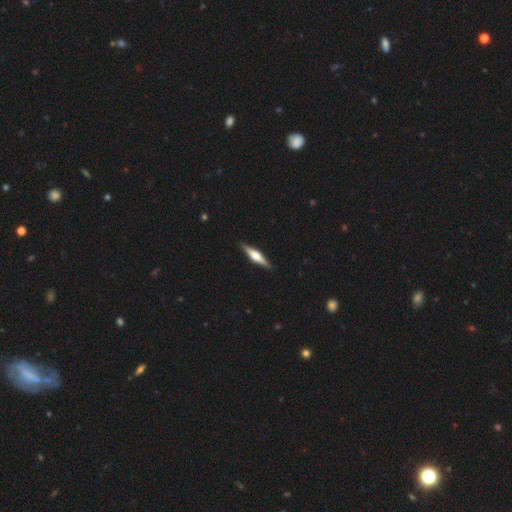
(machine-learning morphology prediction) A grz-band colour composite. It shows a featured or disk galaxy (67%) viewed edge-on (97%) with a rounded central bulge (92%). Merging: none (91%).